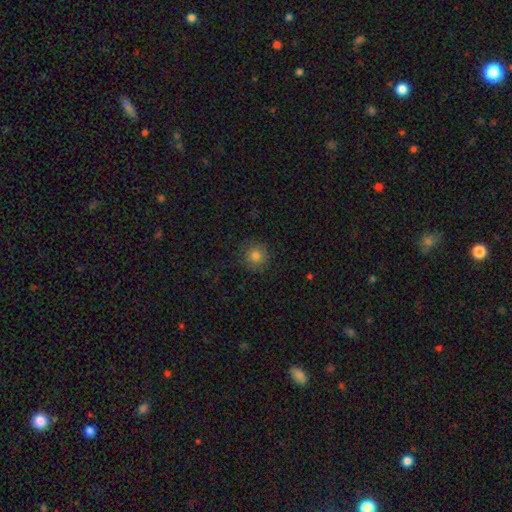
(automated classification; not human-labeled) Smooth or featured? smooth (82%)
How rounded? round (93%)
Merging? none (88%)